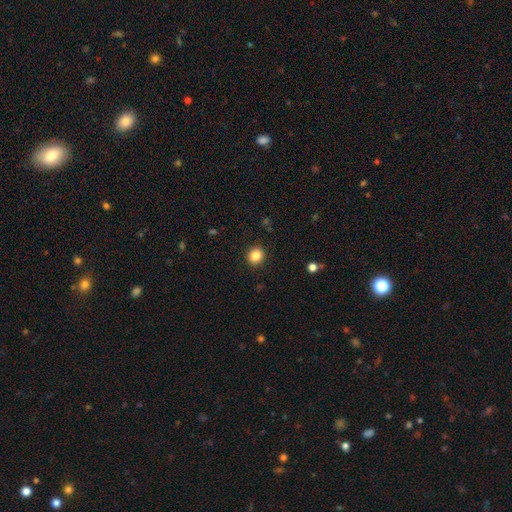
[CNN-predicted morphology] type=smooth (85%); roundness=round (86%); merging=none (92%).